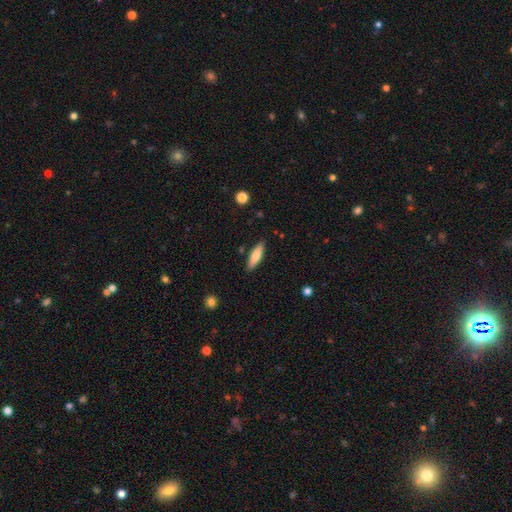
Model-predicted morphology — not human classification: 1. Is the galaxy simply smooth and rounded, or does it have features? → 72% smooth, 22% featured or disk, 6% star or artifact.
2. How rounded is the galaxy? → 58% cigar-shaped, 40% in between, 2% round.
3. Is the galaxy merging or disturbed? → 87% none, 10% minor disturbance, 2% major disturbance, 2% merger.